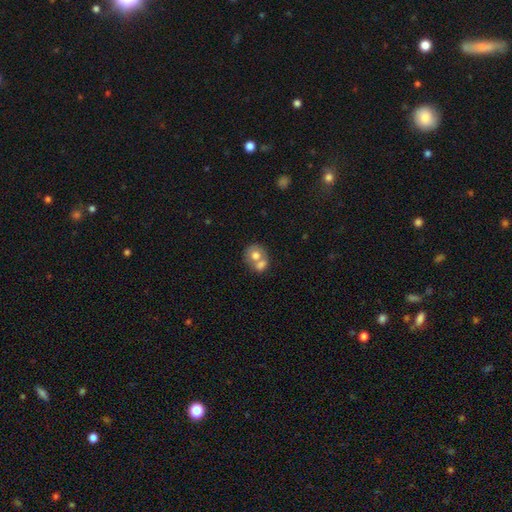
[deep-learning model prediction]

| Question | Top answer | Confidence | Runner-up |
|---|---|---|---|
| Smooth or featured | smooth | 68% | featured or disk (24%) |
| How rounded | round | 70% | in between (29%) |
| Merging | merger | 59% | none (29%) |